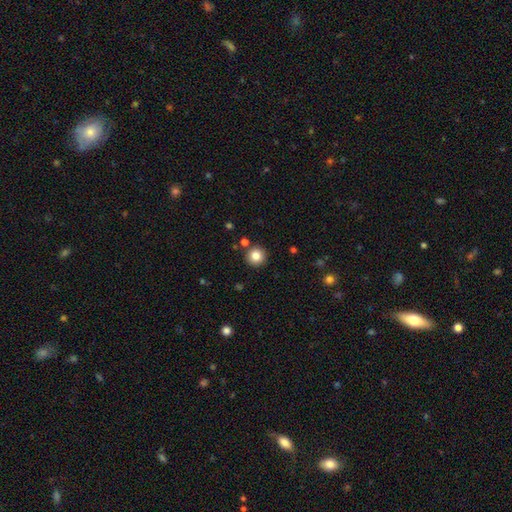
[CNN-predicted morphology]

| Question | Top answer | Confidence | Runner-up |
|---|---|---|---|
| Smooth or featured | smooth | 83% | star or artifact (11%) |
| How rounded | round | 95% | in between (4%) |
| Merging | none | 89% | minor disturbance (6%) |